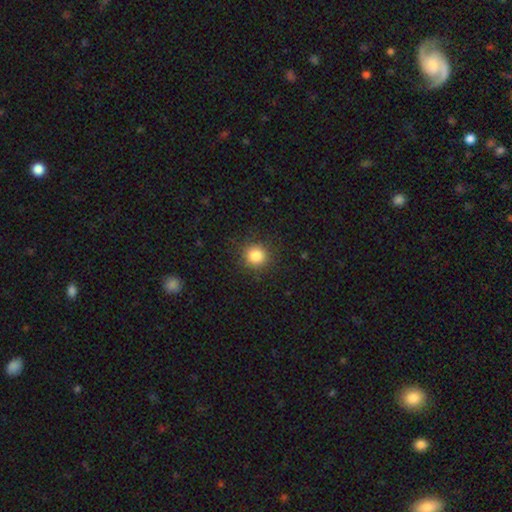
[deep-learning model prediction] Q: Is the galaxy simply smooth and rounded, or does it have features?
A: smooth — 84%.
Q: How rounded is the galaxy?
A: round — 92%.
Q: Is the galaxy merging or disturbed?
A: none — 89%.